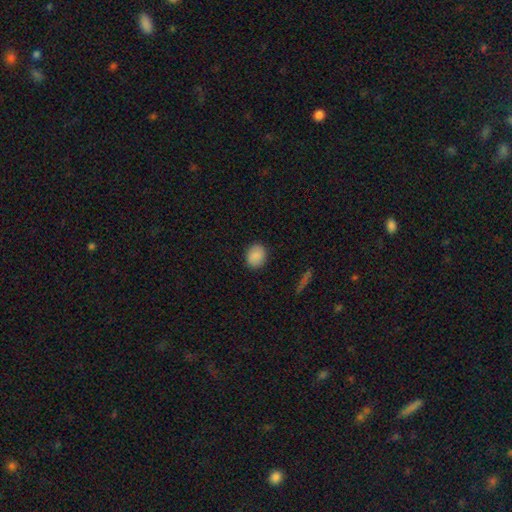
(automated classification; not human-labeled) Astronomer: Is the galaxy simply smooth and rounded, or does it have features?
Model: smooth — 88%.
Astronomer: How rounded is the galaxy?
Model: round — 52% (runner-up: in between, 47%).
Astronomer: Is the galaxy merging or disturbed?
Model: none — 89%.